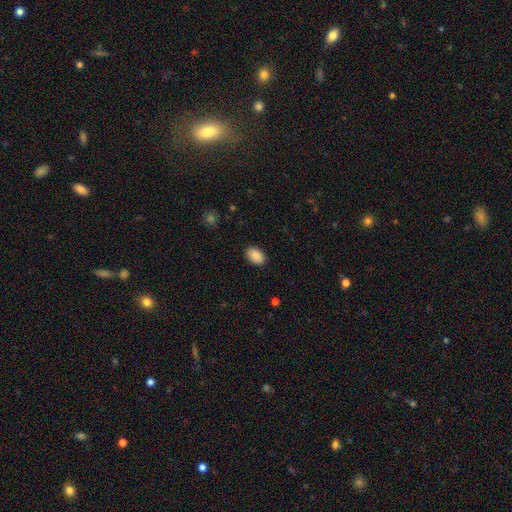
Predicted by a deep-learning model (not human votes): Smooth or featured? smooth (90%)
How rounded? in between (90%)
Merging? none (89%)